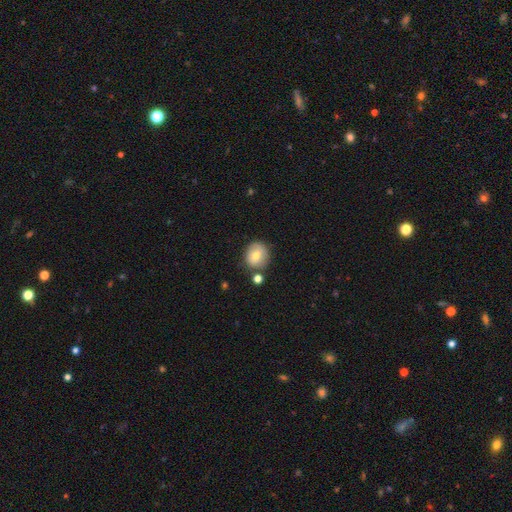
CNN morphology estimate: The model was most divided on "smooth or featured": smooth: 70%, featured or disk: 21%, star or artifact: 9%. More confident: how rounded — round (80%); merging — none (73%).